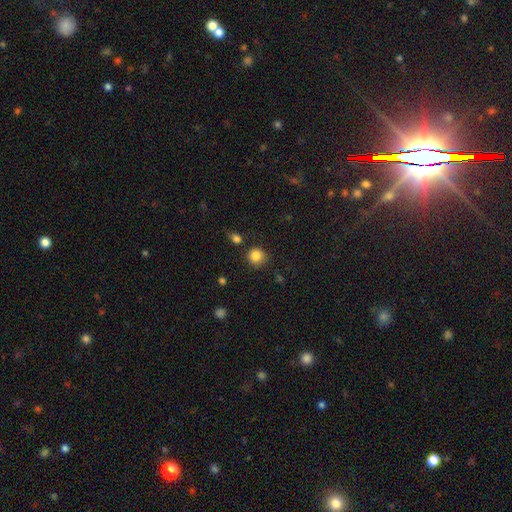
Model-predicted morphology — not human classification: smooth_or_featured: smooth (p=0.85) [alt: star or artifact p=0.10]
how_rounded: round (p=0.90) [alt: in between p=0.09]
merging: none (p=0.81) [alt: minor disturbance p=0.12]